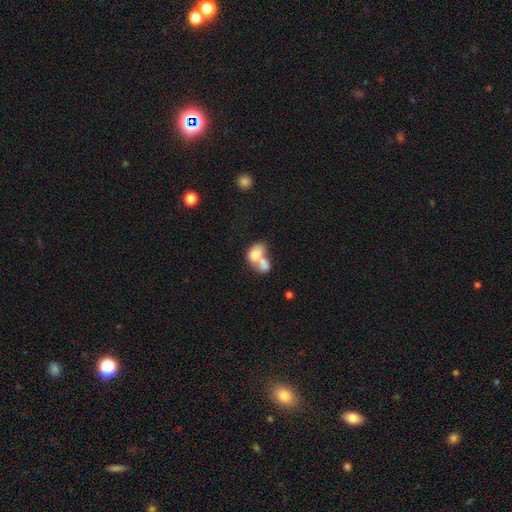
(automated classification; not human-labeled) Smooth or featured? Predicted: smooth (p=0.67). How rounded? Predicted: in between (p=0.69). Merging? Predicted: merger (p=0.75).